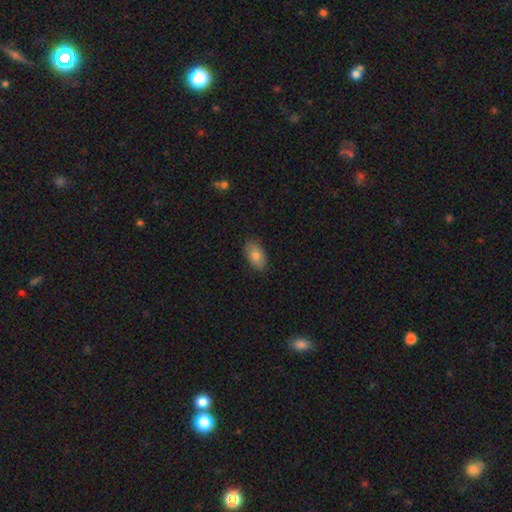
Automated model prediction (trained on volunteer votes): A smooth galaxy with no disk features (80%) that is in between round and cigar-shaped (92%).

Vote fractions:
- Smooth or featured? smooth: 80% / featured or disk: 12% / star or artifact: 8%
- How rounded? in between: 92% / round: 6% / cigar-shaped: 2%
- Merging? none: 87% / minor disturbance: 10% / major disturbance: 2% / merger: 1%